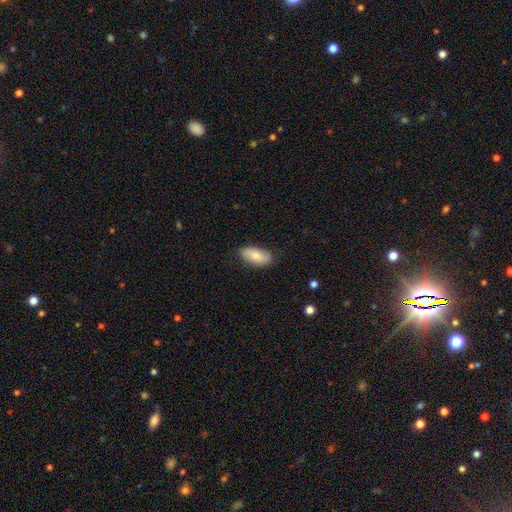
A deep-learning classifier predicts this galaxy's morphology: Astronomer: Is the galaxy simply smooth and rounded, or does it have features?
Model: smooth — 74%.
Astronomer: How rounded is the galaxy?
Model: in between — 92%.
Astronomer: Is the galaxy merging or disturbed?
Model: none — 81%.